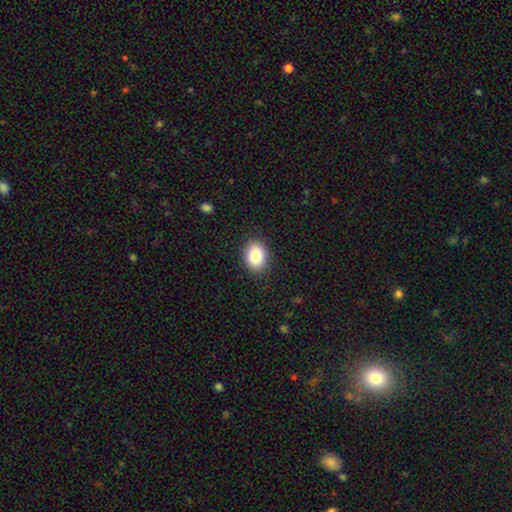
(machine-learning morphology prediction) Overall: smooth (83%). How rounded: in between (58%; round 41%). Merging: none (89%).